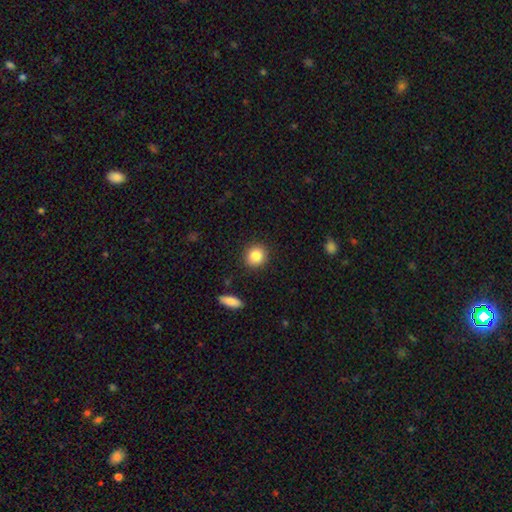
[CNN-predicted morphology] This appears to be a smooth galaxy with no disk features (85%) that is round (86%). Merging: none (90%).